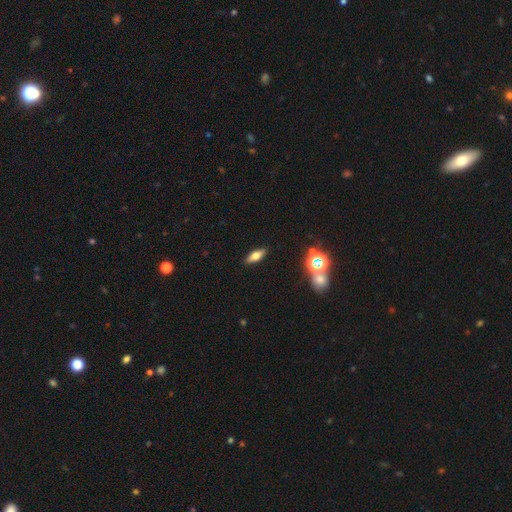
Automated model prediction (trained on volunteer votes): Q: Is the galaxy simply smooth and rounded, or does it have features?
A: smooth — 53%.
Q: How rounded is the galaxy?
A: in between — 60%.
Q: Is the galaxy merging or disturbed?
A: none — 89%.